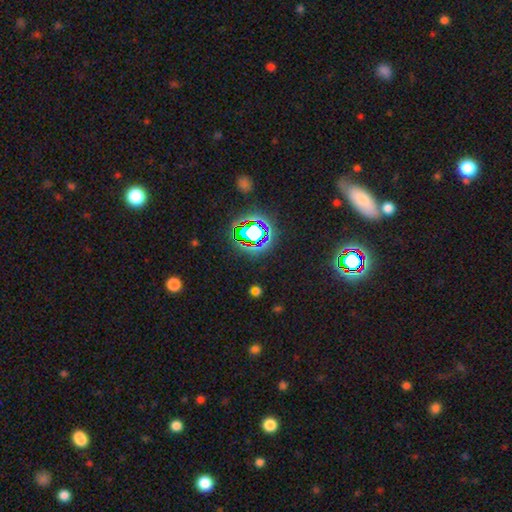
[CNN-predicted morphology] smooth_or_featured: star or artifact (p=0.74) [alt: smooth p=0.17]